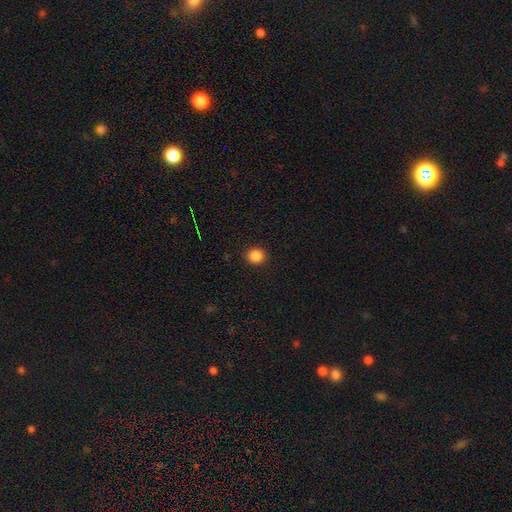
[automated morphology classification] This is clearly a smooth galaxy (86%). How rounded: clearly round (87%). Merging: clearly none (92%).